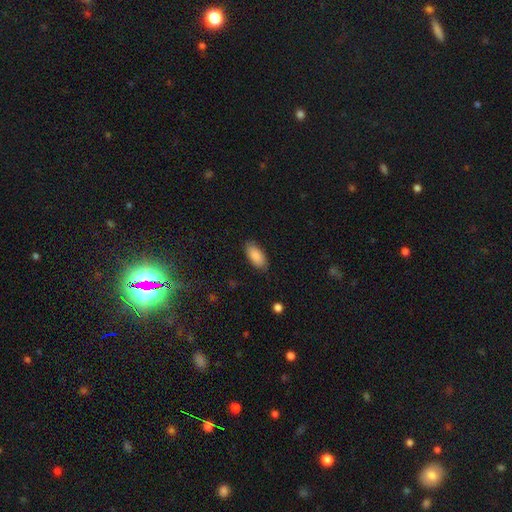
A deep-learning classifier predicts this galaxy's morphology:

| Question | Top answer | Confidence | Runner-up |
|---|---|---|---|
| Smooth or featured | smooth | 87% | featured or disk (6%) |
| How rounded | in between | 90% | cigar-shaped (8%) |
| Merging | none | 83% | minor disturbance (14%) |